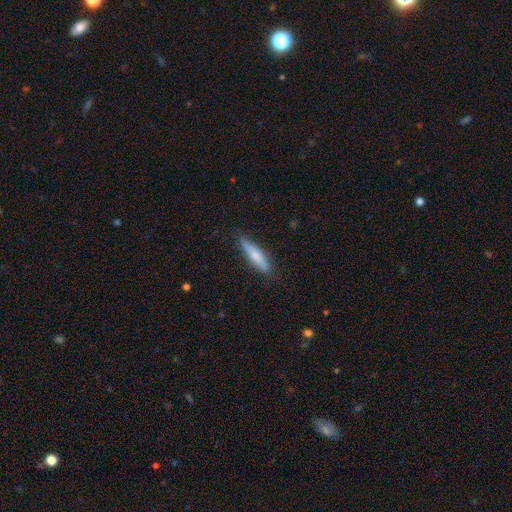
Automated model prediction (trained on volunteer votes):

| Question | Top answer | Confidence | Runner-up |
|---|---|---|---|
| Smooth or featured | smooth | 72% | featured or disk (23%) |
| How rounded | cigar-shaped | 79% | in between (19%) |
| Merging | none | 81% | minor disturbance (15%) |